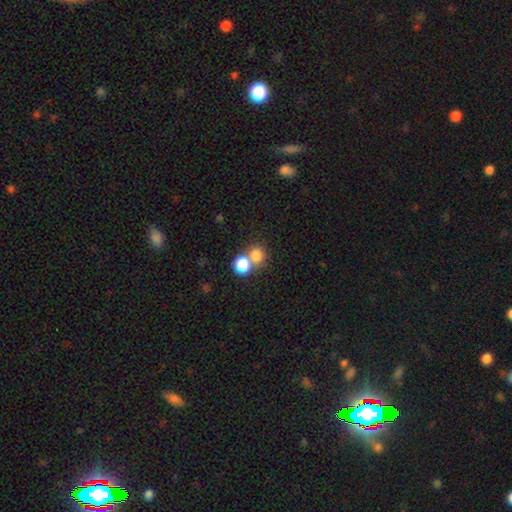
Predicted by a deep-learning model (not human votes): A smooth galaxy with no disk features (81%) that is round (78%). Merging: merger (48%).